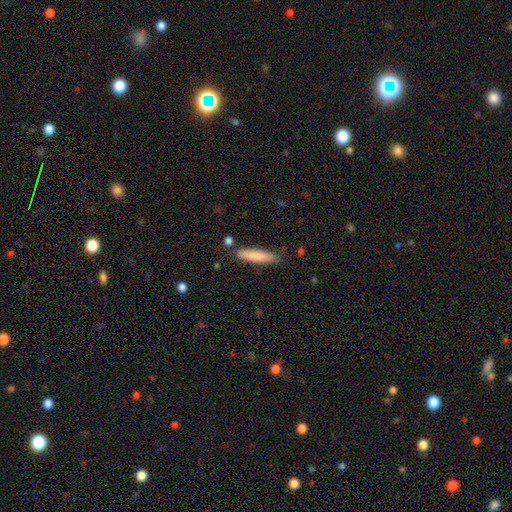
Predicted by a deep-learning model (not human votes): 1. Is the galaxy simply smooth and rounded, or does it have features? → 82% smooth, 12% featured or disk, 6% star or artifact.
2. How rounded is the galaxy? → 86% cigar-shaped, 13% in between, 1% round.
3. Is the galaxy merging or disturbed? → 83% none, 12% minor disturbance, 3% merger, 2% major disturbance.